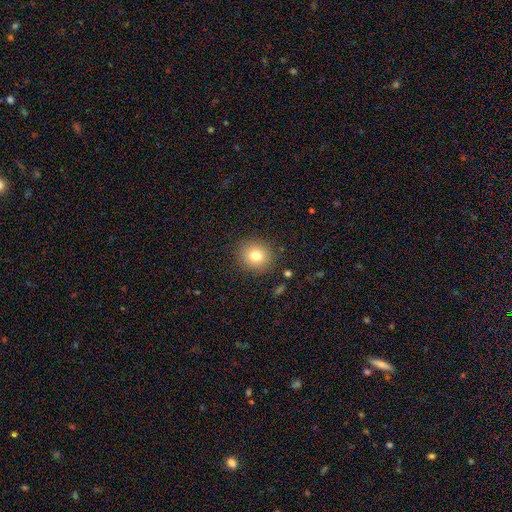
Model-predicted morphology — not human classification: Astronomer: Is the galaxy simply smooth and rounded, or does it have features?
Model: smooth — 79%.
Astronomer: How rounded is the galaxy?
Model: round — 84%.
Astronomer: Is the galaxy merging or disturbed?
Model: none — 88%.